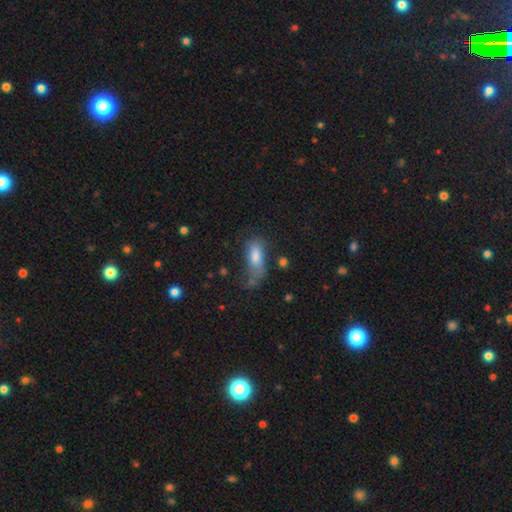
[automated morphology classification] A smooth galaxy with no disk features (76%) that is in between round and cigar-shaped (80%). Merging: none (33%).